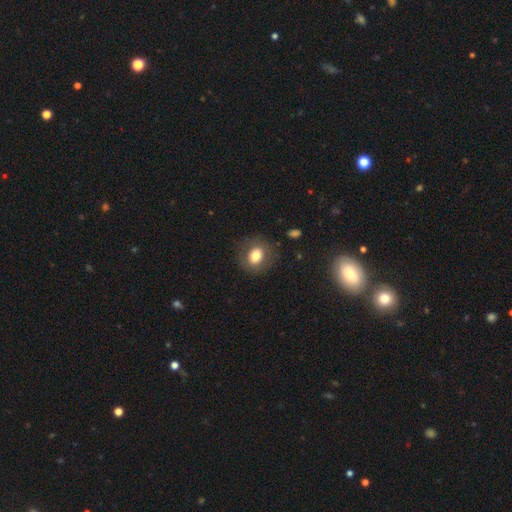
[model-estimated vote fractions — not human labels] Smooth or featured? Predicted: smooth (p=0.74). How rounded? Predicted: round (p=0.60). Merging? Predicted: none (p=0.82).